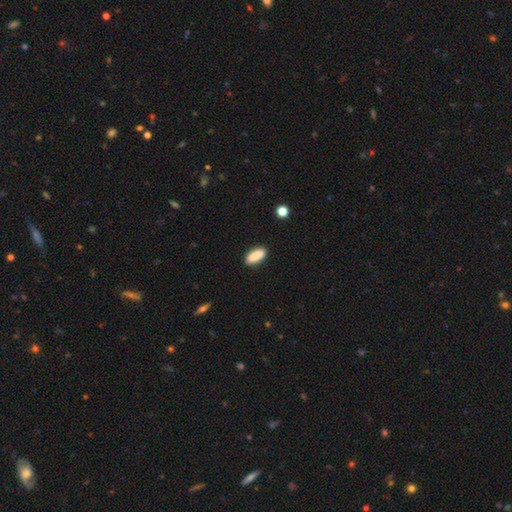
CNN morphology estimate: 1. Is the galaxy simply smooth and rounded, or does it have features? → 85% smooth, 8% featured or disk, 7% star or artifact.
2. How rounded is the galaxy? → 65% in between, 33% cigar-shaped, 3% round.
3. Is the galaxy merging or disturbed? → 82% none, 12% minor disturbance, 4% merger, 3% major disturbance.